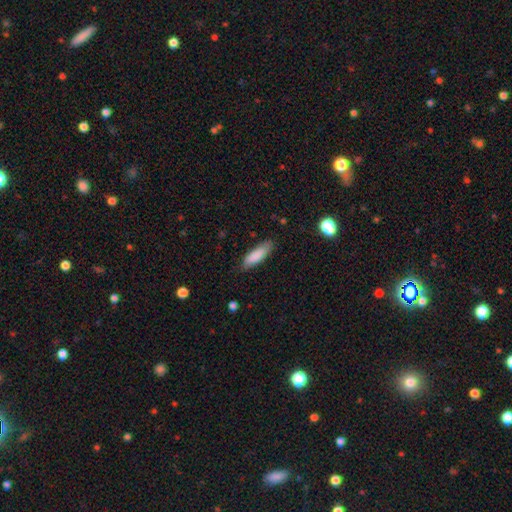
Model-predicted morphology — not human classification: This is clearly a smooth galaxy (85%). How rounded: possibly cigar-shaped (50%). Merging: likely none (79%).